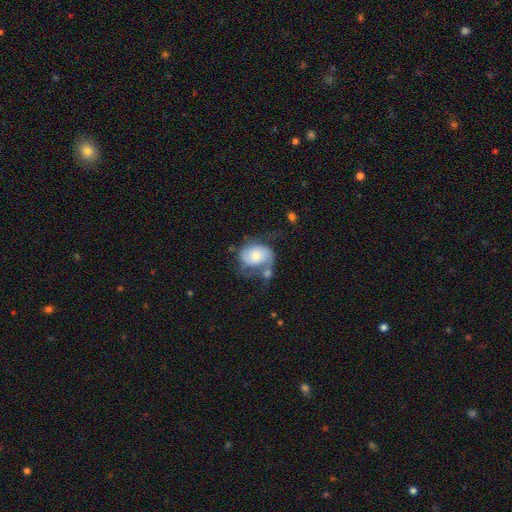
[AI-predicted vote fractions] Smooth or featured: featured or disk — 54% (smooth — 39%)
Edge-on disk: no — 96% (yes — 4%)
Bar: no — 72% (weak — 22%)
Spiral arms: yes — 74% (no — 26%)
Bulge size: moderate — 56% (small — 35%)
Merging: none — 32% (major disturbance — 26%)